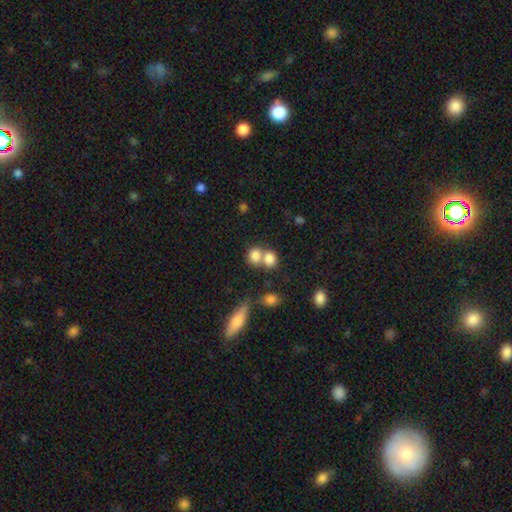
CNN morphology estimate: Q: Smooth or featured?
A: smooth (80%); runner-up: star or artifact (11%)
Q: How rounded?
A: round (64%); runner-up: in between (34%)
Q: Merging?
A: merger (53%); runner-up: none (35%)